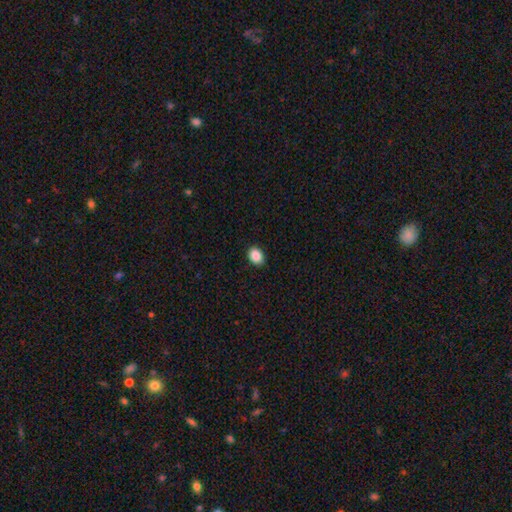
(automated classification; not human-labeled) smooth-or-featured: smooth: 89% | star or artifact: 8% | featured or disk: 3%
  how-rounded: in between: 76% | round: 23% | cigar-shaped: 1%
  merging: none: 90% | minor disturbance: 7% | major disturbance: 2% | merger: 1%